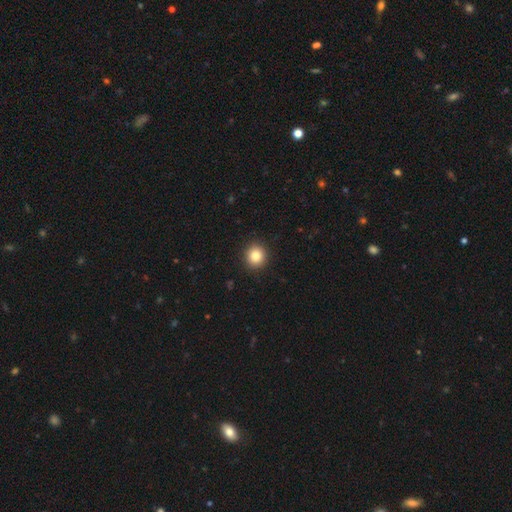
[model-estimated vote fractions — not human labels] Q: Smooth or featured?
A: smooth (83%); runner-up: star or artifact (11%)
Q: How rounded?
A: round (91%); runner-up: in between (8%)
Q: Merging?
A: none (92%); runner-up: minor disturbance (5%)